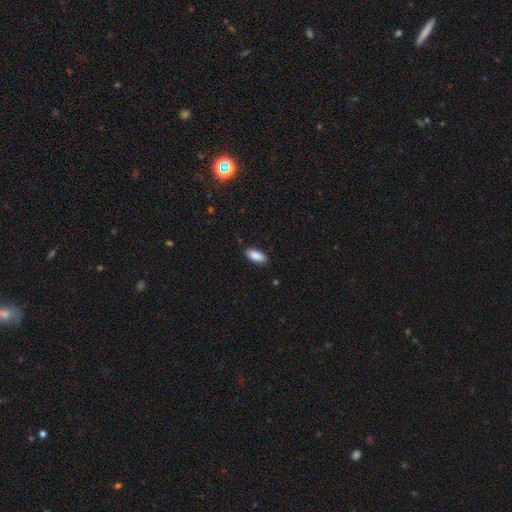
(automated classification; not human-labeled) smooth-or-featured: smooth: 89% | star or artifact: 7% | featured or disk: 4%
  how-rounded: in between: 89% | cigar-shaped: 9% | round: 2%
  merging: none: 87% | minor disturbance: 10% | major disturbance: 2% | merger: 1%